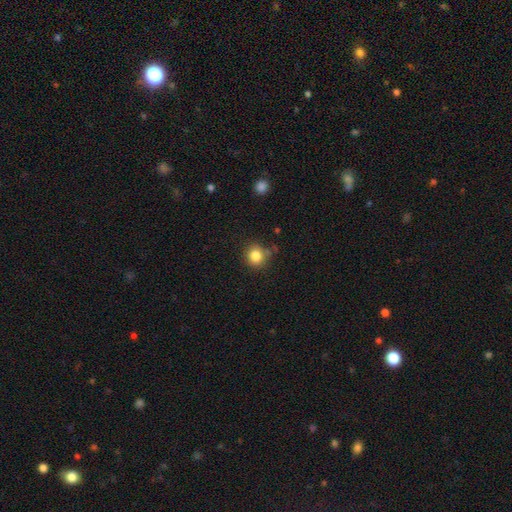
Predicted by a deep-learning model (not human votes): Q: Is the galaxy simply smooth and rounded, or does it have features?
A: smooth — 84%.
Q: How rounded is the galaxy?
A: round — 89%.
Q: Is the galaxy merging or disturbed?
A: none — 80%.